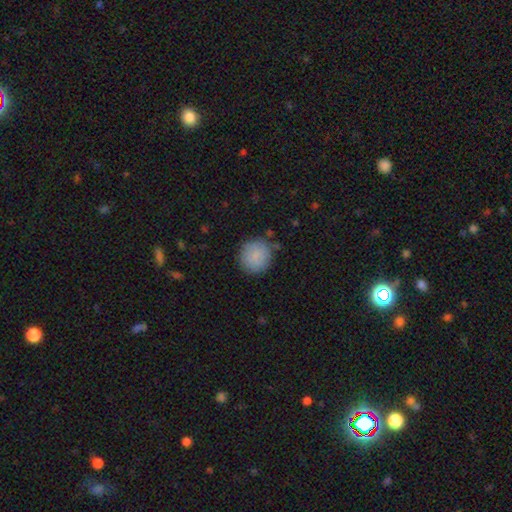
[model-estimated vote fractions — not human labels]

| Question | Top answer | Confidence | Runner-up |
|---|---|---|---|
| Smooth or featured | smooth | 85% | featured or disk (8%) |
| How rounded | round | 89% | in between (10%) |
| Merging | none | 80% | minor disturbance (14%) |